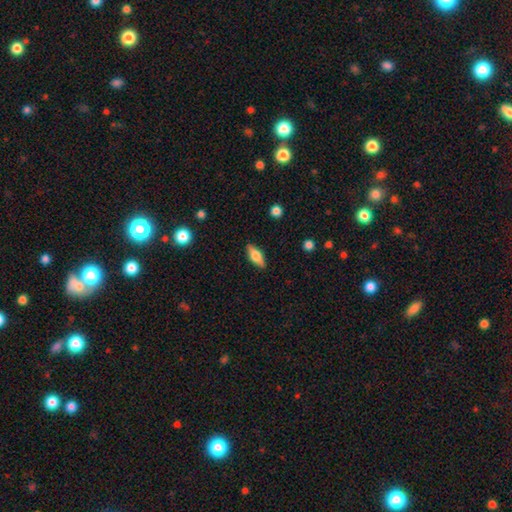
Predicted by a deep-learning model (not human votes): Morphology: type=smooth (63%); roundness=in between (69%); merging=none (87%).